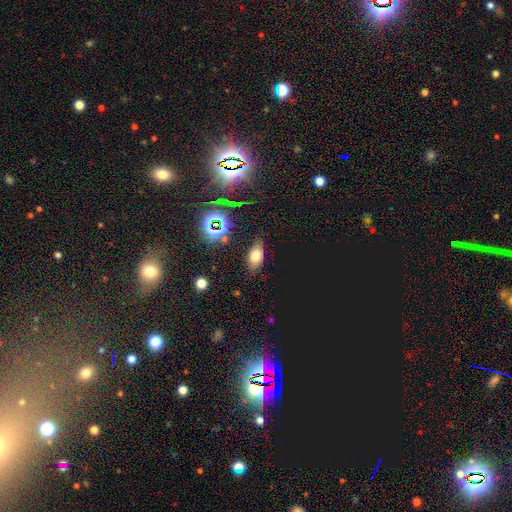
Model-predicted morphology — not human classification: A smooth galaxy with no disk features (65%) that is in between round and cigar-shaped (87%).

Vote fractions:
- Smooth or featured? smooth: 65% / star or artifact: 22% / featured or disk: 14%
- How rounded? in between: 87% / round: 9% / cigar-shaped: 5%
- Merging? none: 81% / minor disturbance: 14% / major disturbance: 4% / merger: 2%